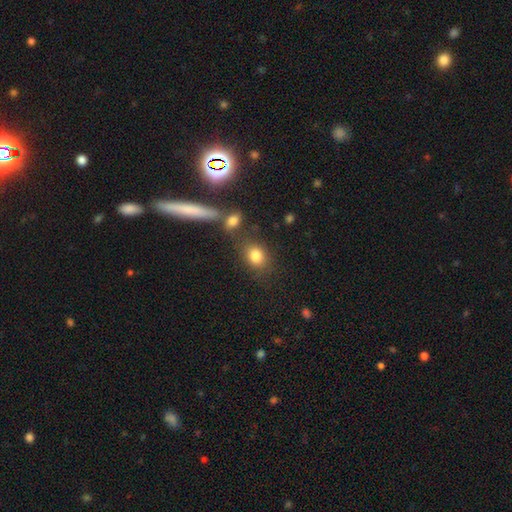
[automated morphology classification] This is clearly a smooth galaxy (82%). How rounded: possibly round (51%). Merging: likely none (67%).